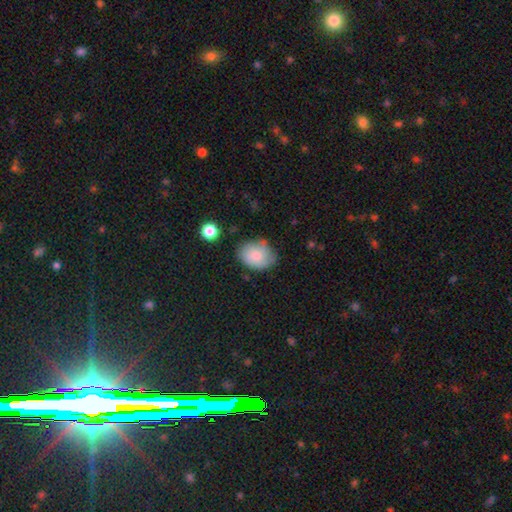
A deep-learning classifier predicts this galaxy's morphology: This appears to be a smooth galaxy with no disk features (80%) that is in between round and cigar-shaped (59%). Merging: none (59%).